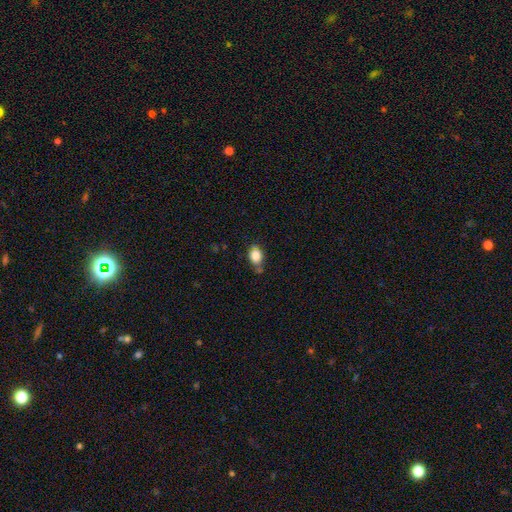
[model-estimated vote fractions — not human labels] This is clearly a smooth galaxy (85%). How rounded: likely in between (69%). Merging: likely none (65%).